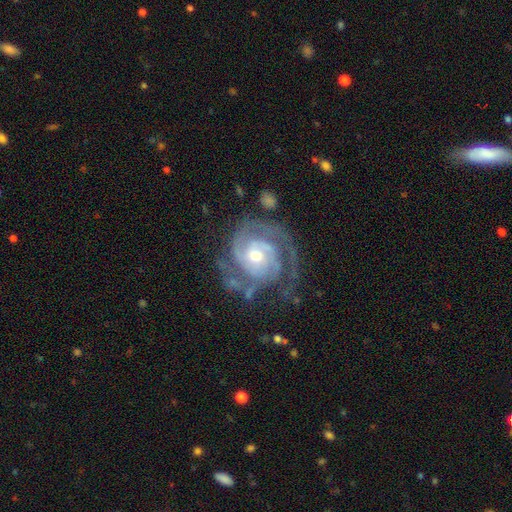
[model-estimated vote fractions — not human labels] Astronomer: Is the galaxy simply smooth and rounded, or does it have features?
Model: featured or disk — 91%.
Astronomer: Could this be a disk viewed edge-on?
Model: no — 98%.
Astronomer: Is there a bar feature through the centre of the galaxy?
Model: no — 65%.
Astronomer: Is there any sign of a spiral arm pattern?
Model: yes — 98%.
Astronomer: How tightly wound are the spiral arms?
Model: tight — 66%.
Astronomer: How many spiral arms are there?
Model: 2 — 40% (runner-up: 3, 30%).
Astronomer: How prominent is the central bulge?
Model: moderate — 59% (runner-up: small, 35%).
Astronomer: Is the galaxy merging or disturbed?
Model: none — 64%.